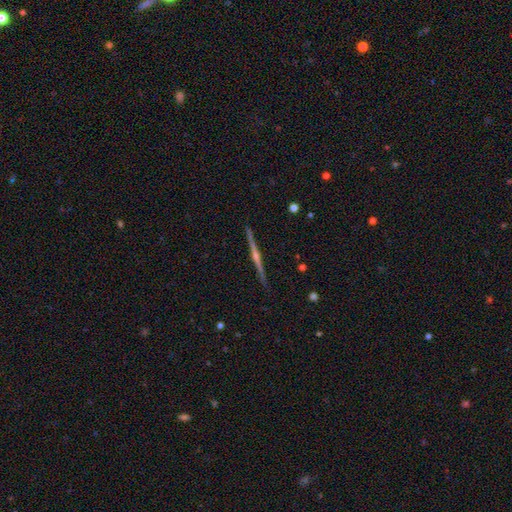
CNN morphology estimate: Smooth or featured: featured or disk — 76% (smooth — 14%)
Edge-on disk: yes — 97% (no — 3%)
Edge-on bulge: rounded — 75% (none — 16%)
Merging: none — 90% (minor disturbance — 7%)